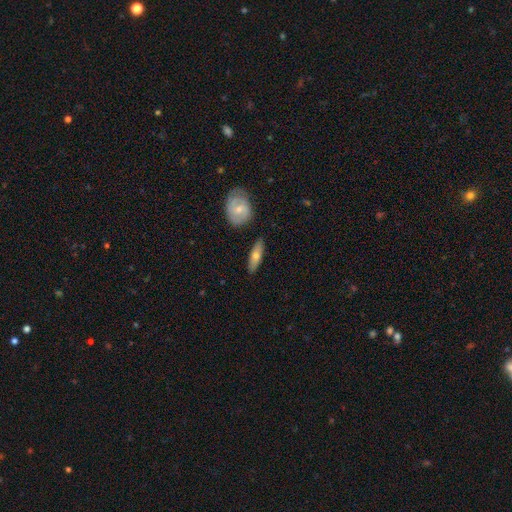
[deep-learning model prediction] Q: Smooth or featured?
A: smooth (59%); runner-up: featured or disk (35%)
Q: How rounded?
A: cigar-shaped (49%); runner-up: in between (47%)
Q: Merging?
A: none (83%); runner-up: minor disturbance (11%)